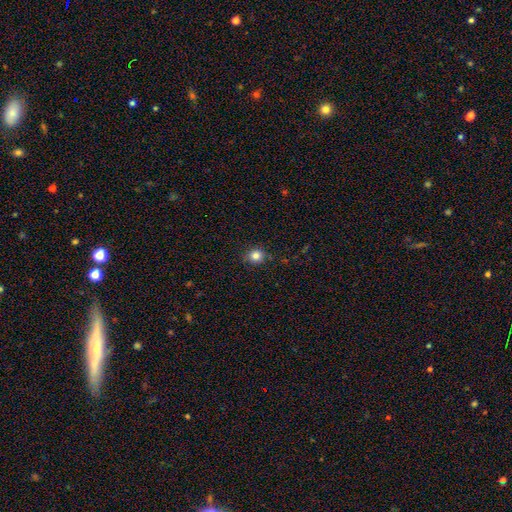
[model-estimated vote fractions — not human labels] Smooth or featured: smooth — 83% (star or artifact — 12%)
How rounded: round — 86% (in between — 13%)
Merging: none — 87% (minor disturbance — 10%)